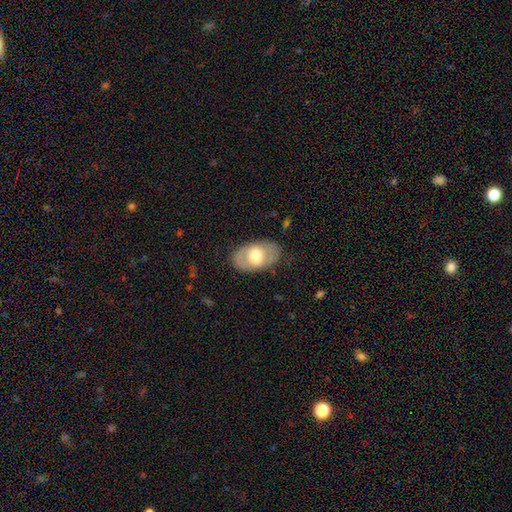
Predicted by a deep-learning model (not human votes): A smooth galaxy with no disk features (55%) that is in between round and cigar-shaped (89%). Merging: none (80%).